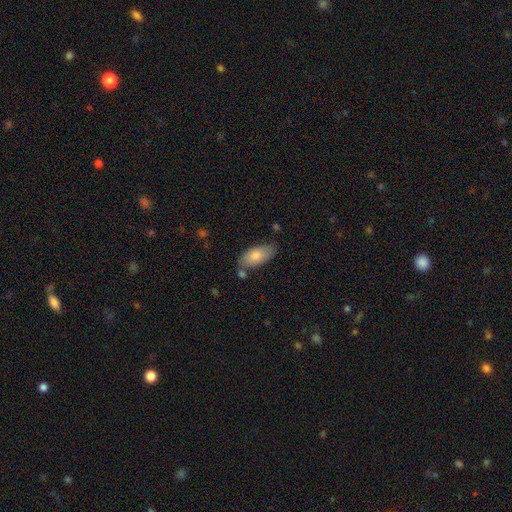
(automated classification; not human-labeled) smooth_or_featured: smooth (p=0.81) [alt: featured or disk p=0.13]
how_rounded: in between (p=0.91) [alt: cigar-shaped p=0.07]
merging: none (p=0.69) [alt: minor disturbance p=0.19]